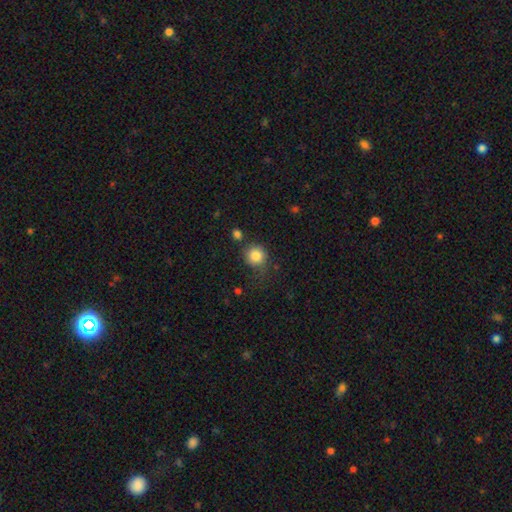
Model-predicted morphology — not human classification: This appears to be a smooth galaxy with no disk features (83%) that is round (90%). Merging: none (69%).